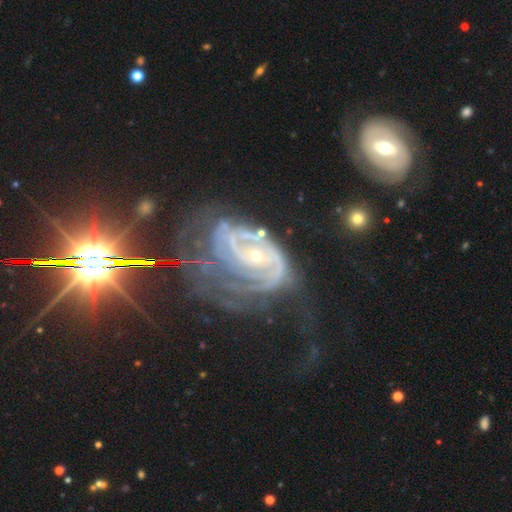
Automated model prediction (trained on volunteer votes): This is clearly a featured or disk galaxy (87%). It is clearly not viewed edge-on (97%). Bar: possibly no (56%). Spiral arm pattern: clearly yes (95%). Spiral arm count: marginally 2 (37%). Spiral winding: possibly tight (54%). Central bulge: likely small (70%). Merging: marginally major disturbance (39%).